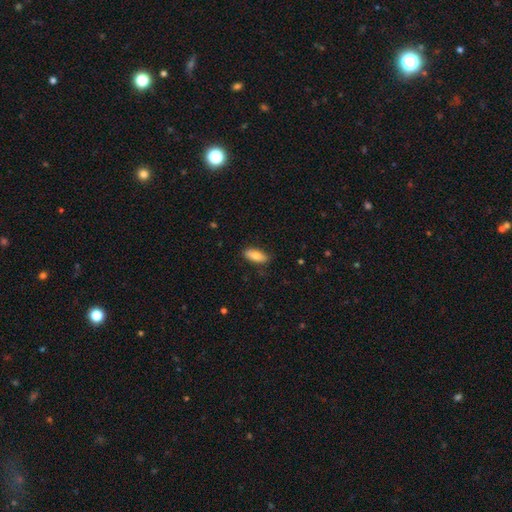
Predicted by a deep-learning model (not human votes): Smooth or featured?
  - smooth: 82% *
  - featured or disk: 12%
  - star or artifact: 6%
How rounded?
  - in between: 80% *
  - cigar-shaped: 18%
  - round: 2%
Merging?
  - none: 84% *
  - minor disturbance: 12%
  - major disturbance: 2%
  - merger: 1%